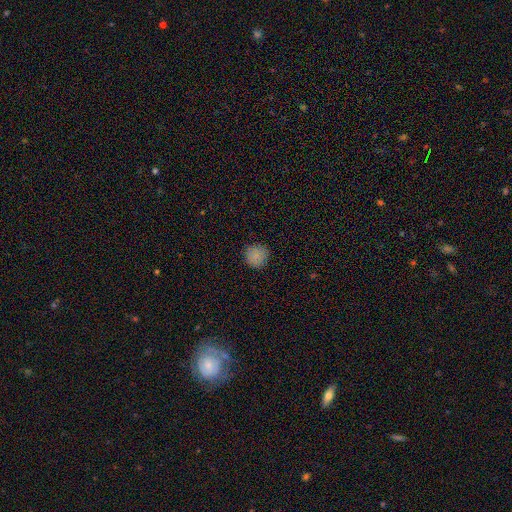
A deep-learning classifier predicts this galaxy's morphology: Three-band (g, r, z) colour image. It shows a smooth galaxy with no disk features (86%) that is round (94%). Merging: none (89%).